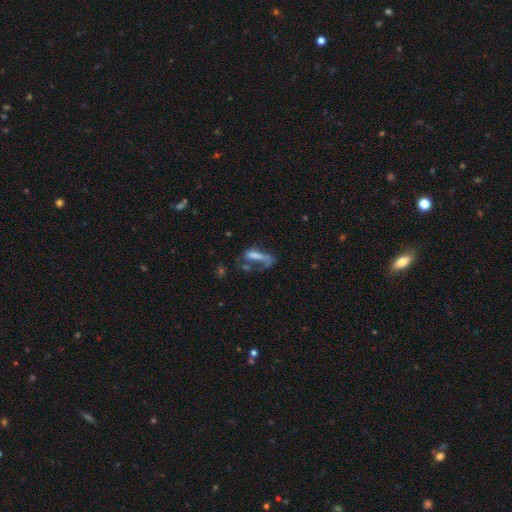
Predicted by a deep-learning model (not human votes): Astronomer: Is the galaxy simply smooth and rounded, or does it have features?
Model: smooth — 49% (runner-up: featured or disk, 38%).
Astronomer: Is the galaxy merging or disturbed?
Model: major disturbance — 45% (runner-up: none, 24%).